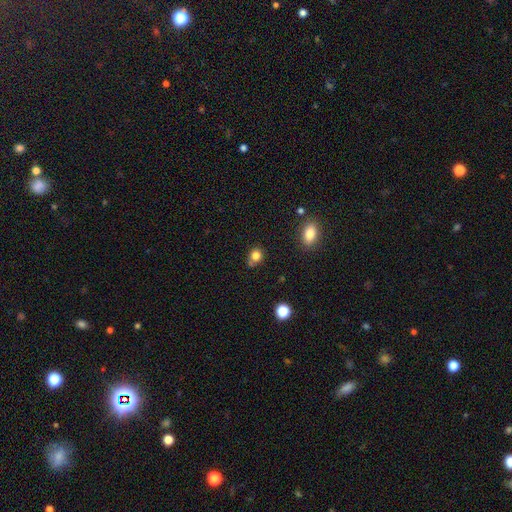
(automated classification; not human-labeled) Smooth or featured?
  - smooth: 81% *
  - star or artifact: 13%
  - featured or disk: 6%
How rounded?
  - round: 77% *
  - in between: 22%
  - cigar-shaped: 1%
Merging?
  - none: 62% *
  - merger: 17%
  - minor disturbance: 16%
  - major disturbance: 4%